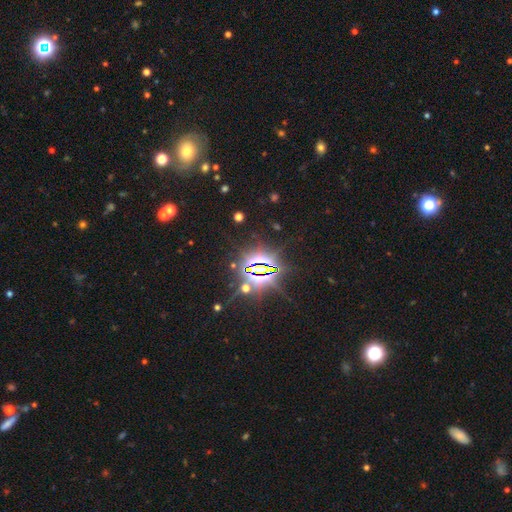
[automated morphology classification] A star or artifact, not a galaxy (85%).

Vote fractions:
- Smooth or featured? star or artifact: 85% / featured or disk: 8% / smooth: 7%